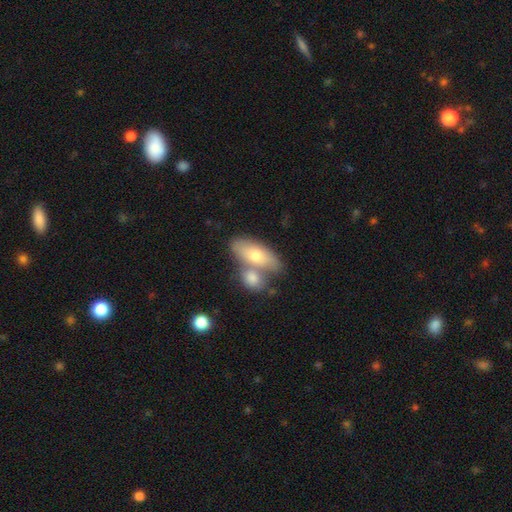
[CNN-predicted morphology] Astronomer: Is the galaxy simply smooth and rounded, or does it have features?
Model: smooth — 68%.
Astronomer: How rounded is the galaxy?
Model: in between — 83%.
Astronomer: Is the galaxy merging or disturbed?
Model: merger — 49% (runner-up: none, 37%).